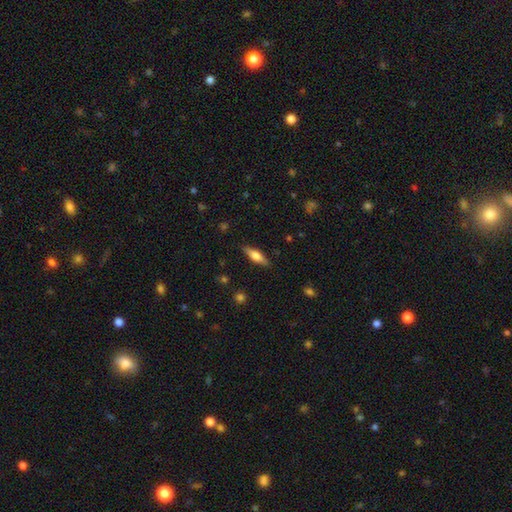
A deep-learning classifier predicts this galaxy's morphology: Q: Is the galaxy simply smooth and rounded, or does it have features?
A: featured or disk — 47%, tied with smooth.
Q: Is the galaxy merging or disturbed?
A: none — 88%.